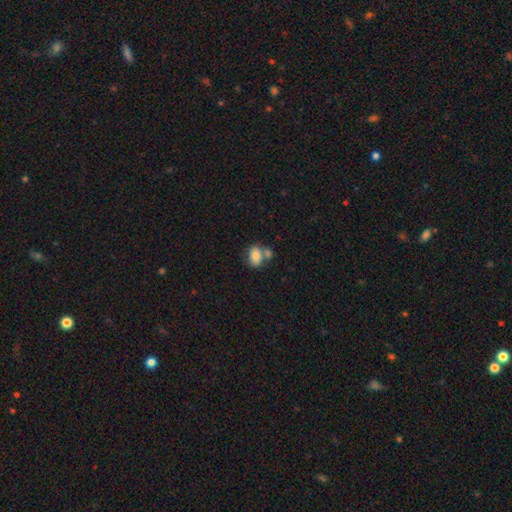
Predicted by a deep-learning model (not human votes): This appears to be a smooth galaxy with no disk features (78%) that is in between round and cigar-shaped (74%). Merging: none (46%).